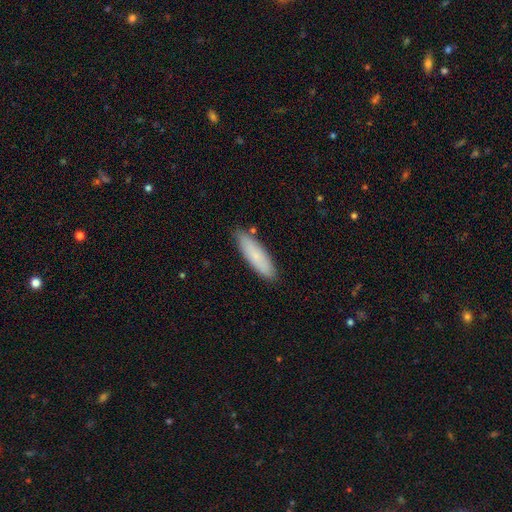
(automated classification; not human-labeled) A smooth galaxy with no disk features (76%) that is cigar-shaped (59%).

Vote fractions:
- Smooth or featured? smooth: 76% / featured or disk: 17% / star or artifact: 7%
- How rounded? cigar-shaped: 59% / in between: 40% / round: 2%
- Merging? none: 85% / minor disturbance: 11% / major disturbance: 2% / merger: 2%